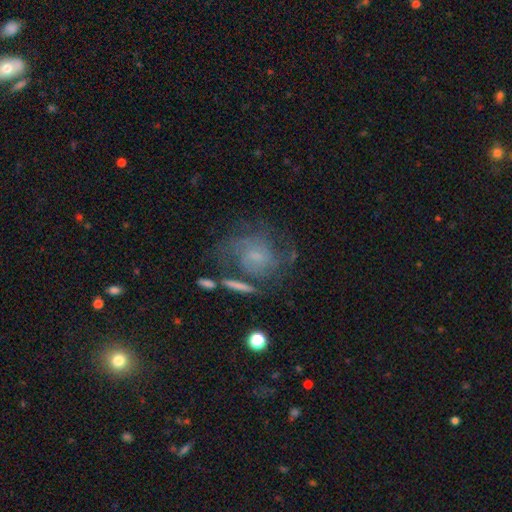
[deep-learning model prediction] Smooth or featured: featured or disk — 63% (smooth — 25%)
Edge-on disk: no — 97% (yes — 3%)
Bar: no — 67% (weak — 28%)
Spiral arms: yes — 77% (no — 23%)
Bulge size: small — 60% (moderate — 20%)
Merging: none — 47% (major disturbance — 24%)